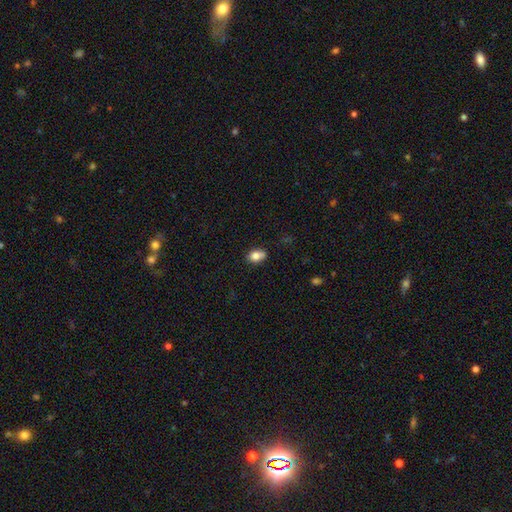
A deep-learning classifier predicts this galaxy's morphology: Overall: smooth (80%). How rounded: in between (74%). Merging: none (69%).